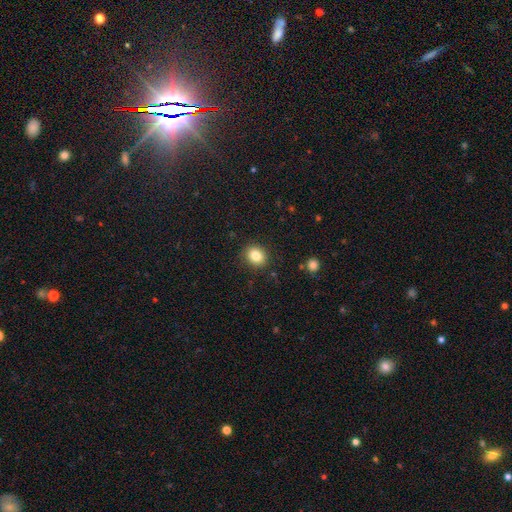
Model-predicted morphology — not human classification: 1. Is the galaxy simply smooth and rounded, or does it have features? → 83% smooth, 10% star or artifact, 7% featured or disk.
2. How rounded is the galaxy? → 69% round, 30% in between, 1% cigar-shaped.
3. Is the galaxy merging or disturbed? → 89% none, 7% minor disturbance, 2% major disturbance, 1% merger.